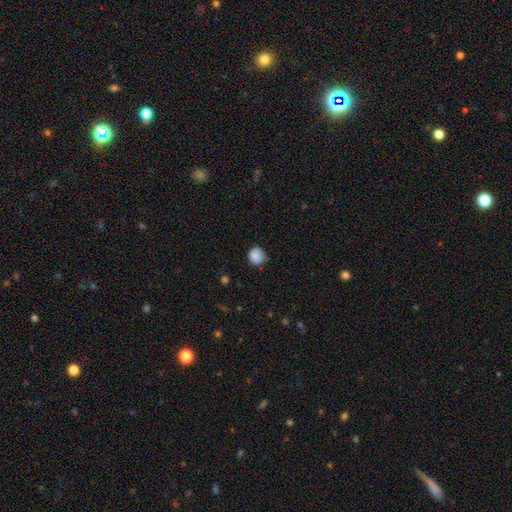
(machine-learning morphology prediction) type=smooth (88%); roundness=round (92%); merging=none (83%).